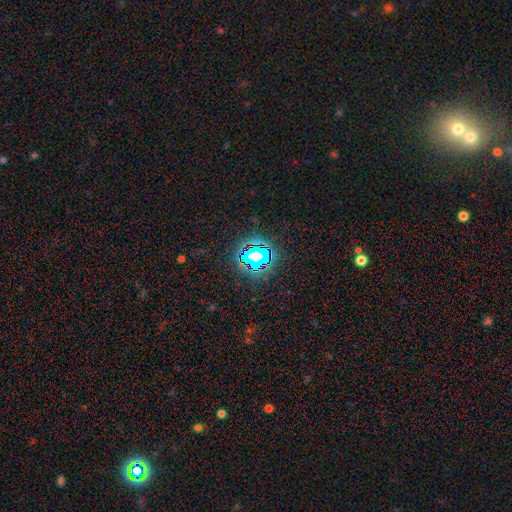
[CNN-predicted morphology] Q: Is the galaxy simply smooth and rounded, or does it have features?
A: star or artifact — 70%.